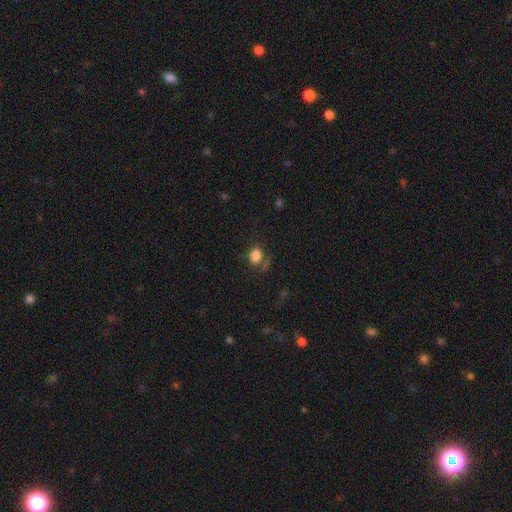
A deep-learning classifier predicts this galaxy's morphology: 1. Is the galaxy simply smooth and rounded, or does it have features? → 82% smooth, 12% star or artifact, 6% featured or disk.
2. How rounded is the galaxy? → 69% in between, 30% round, 2% cigar-shaped.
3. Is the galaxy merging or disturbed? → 66% none, 18% minor disturbance, 8% major disturbance, 8% merger.